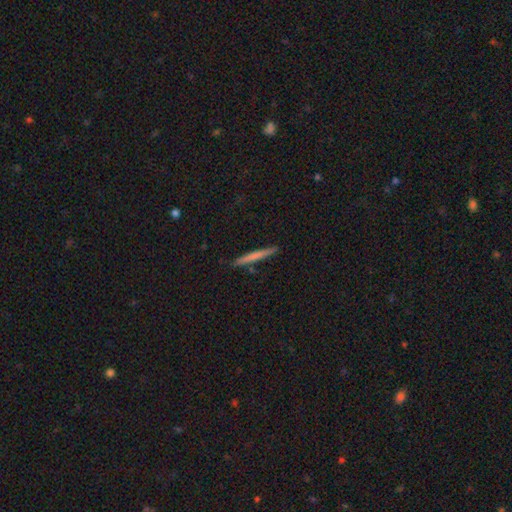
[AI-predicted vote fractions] Smooth or featured: smooth — 61% (featured or disk — 33%)
How rounded: cigar-shaped — 96% (in between — 2%)
Merging: none — 90% (minor disturbance — 7%)